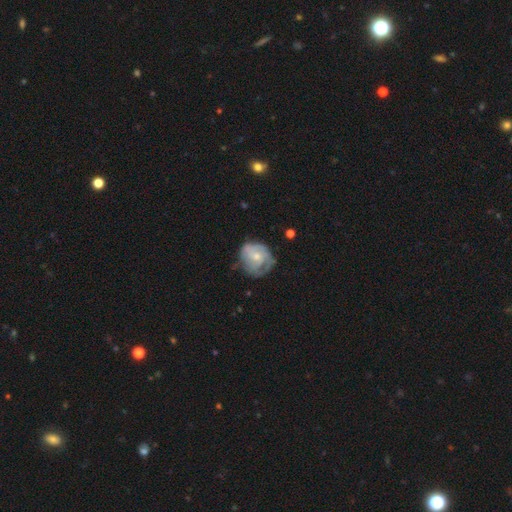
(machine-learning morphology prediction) Smooth or featured?
  - featured or disk: 65% *
  - smooth: 29%
  - star or artifact: 6%
Edge-on disk?
  - no: 98% *
  - yes: 2%
Bar?
  - no: 72% *
  - weak: 25%
  - strong: 4%
Spiral arms?
  - yes: 79% *
  - no: 21%
Spiral winding?
  - tight: 51% *
  - medium: 35%
  - loose: 14%
Spiral arm count?
  - can't tell: 38% *
  - 2: 25%
  - 3: 21%
  - 1: 7%
  - 4: 6%
  - more than 4: 3%
Bulge size?
  - small: 51% *
  - moderate: 42%
  - none: 3%
  - large: 2%
  - dominant: 1%
Merging?
  - none: 54% *
  - minor disturbance: 28%
  - major disturbance: 16%
  - merger: 2%